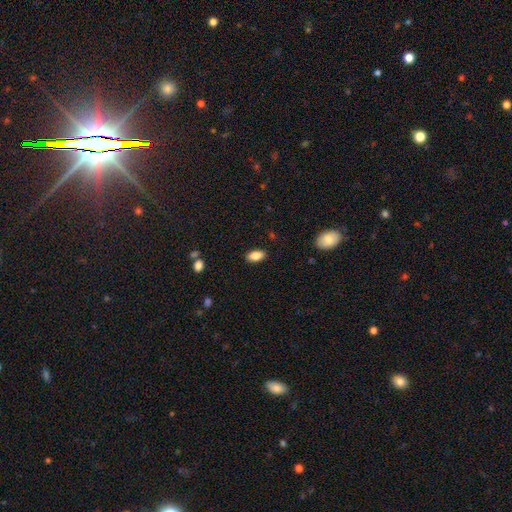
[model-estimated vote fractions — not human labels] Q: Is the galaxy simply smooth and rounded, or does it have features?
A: smooth — 86%.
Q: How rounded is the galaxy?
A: in between — 91%.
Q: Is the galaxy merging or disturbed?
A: none — 88%.